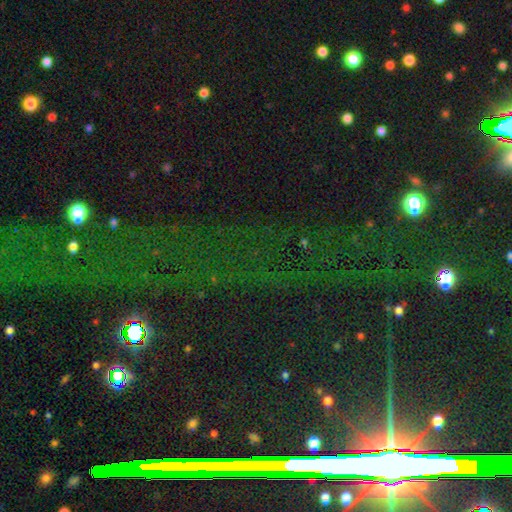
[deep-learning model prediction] Morphology: type=star or artifact (78%).